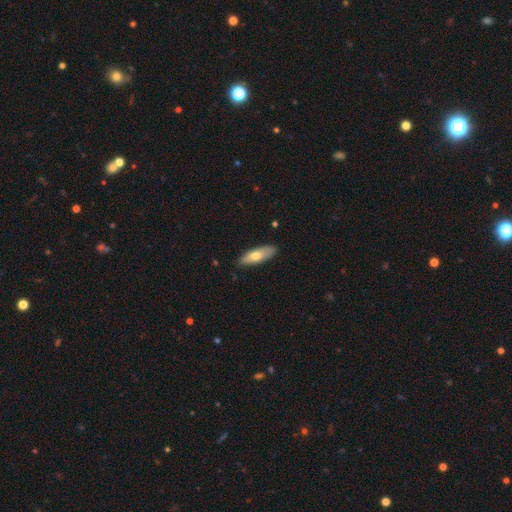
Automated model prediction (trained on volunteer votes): smooth 65%, featured or disk 29%, star or artifact 6%. Down the decision tree: how rounded — in between (55%); merging — none (83%).